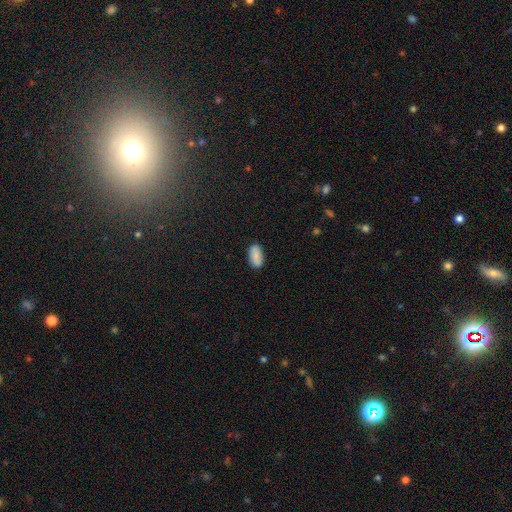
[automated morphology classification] This appears to be a smooth galaxy with no disk features (84%) that is in between round and cigar-shaped (93%). Merging: none (84%).